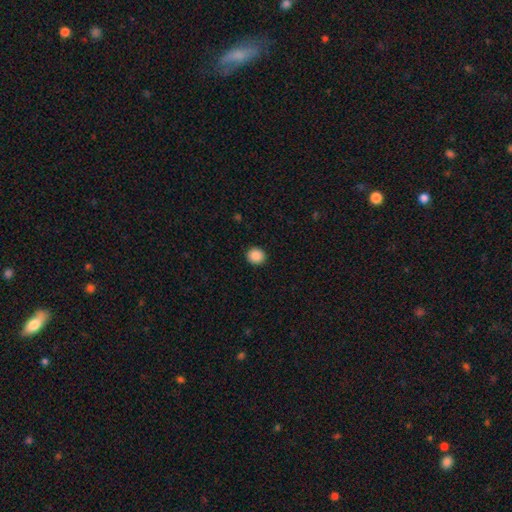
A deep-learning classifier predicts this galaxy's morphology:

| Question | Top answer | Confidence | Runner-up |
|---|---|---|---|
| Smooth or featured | smooth | 89% | star or artifact (9%) |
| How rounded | round | 85% | in between (15%) |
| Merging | none | 92% | minor disturbance (6%) |